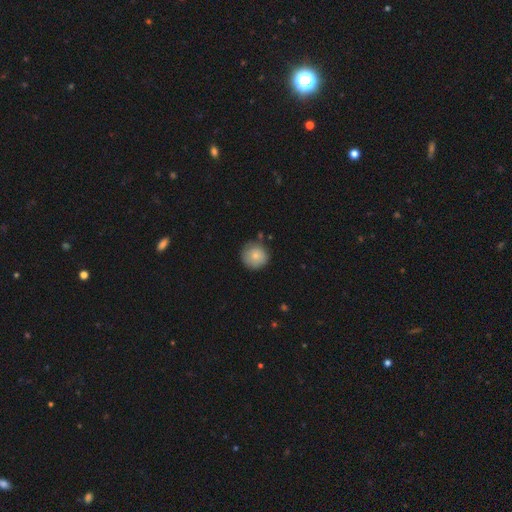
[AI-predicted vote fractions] Smooth or featured? Predicted: smooth (p=0.81). How rounded? Predicted: round (p=0.94). Merging? Predicted: none (p=0.80).